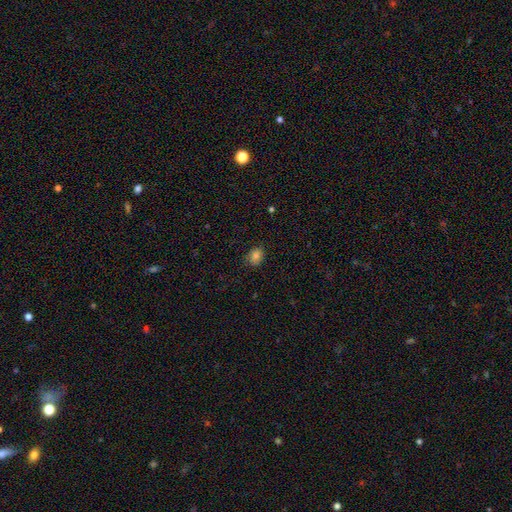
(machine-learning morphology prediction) Smooth or featured? smooth (78%)
How rounded? in between (57%)
Merging? none (76%)